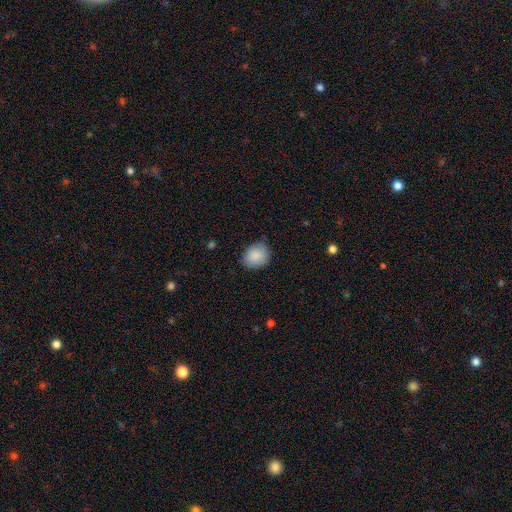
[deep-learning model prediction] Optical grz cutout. It shows a smooth galaxy with no disk features (88%) that is round (57%). Merging: none (77%).